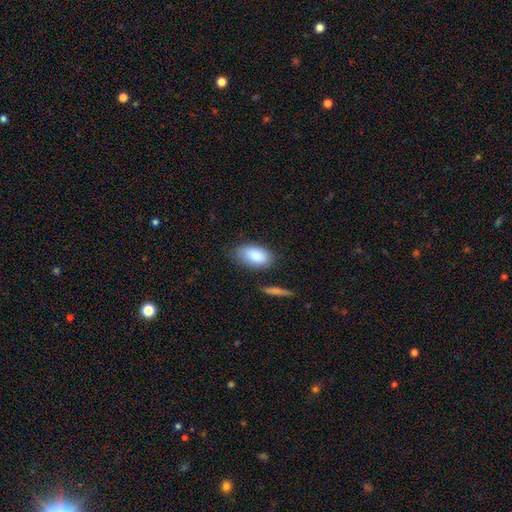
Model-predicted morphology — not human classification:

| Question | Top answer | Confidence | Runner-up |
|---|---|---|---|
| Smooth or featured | smooth | 87% | featured or disk (7%) |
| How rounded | in between | 93% | round (4%) |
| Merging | none | 76% | minor disturbance (16%) |